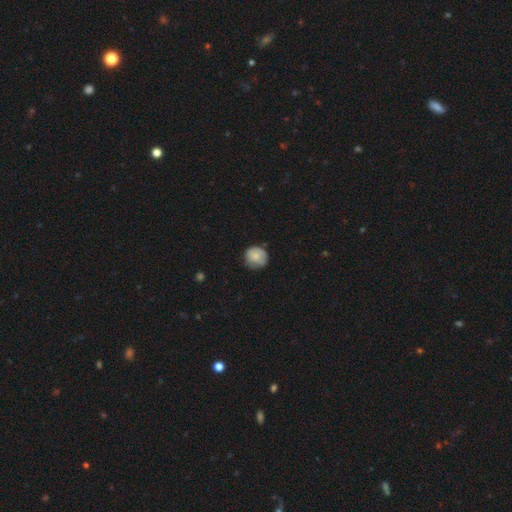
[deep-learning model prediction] Smooth or featured? smooth (81%)
How rounded? round (88%)
Merging? none (67%)